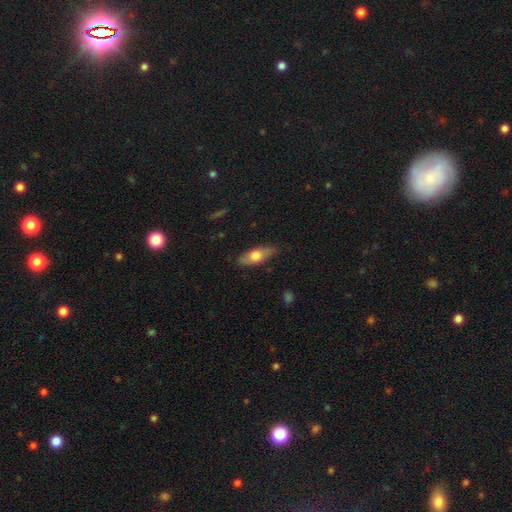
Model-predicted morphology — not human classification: type=smooth (60%); roundness=in between (65%); merging=none (81%).